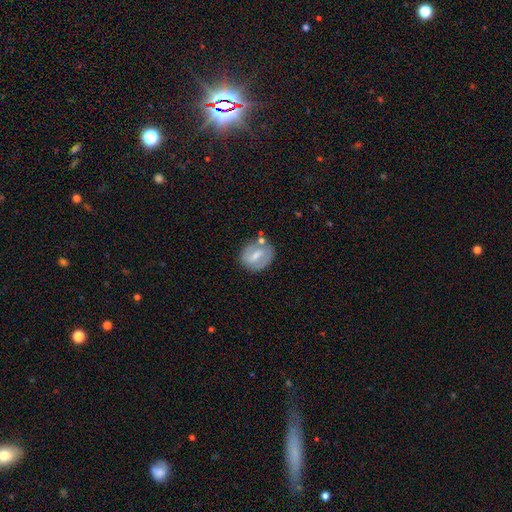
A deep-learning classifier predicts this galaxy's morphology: This is possibly a featured or disk galaxy (48%). Merging: likely none (64%).